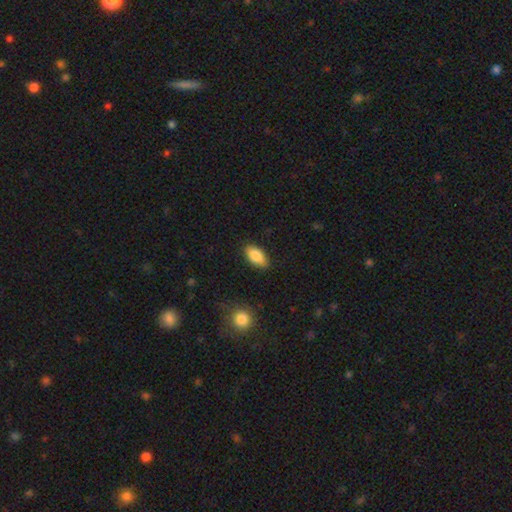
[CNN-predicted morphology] A smooth galaxy with no disk features (85%) that is in between round and cigar-shaped (92%). Merging: none (85%).